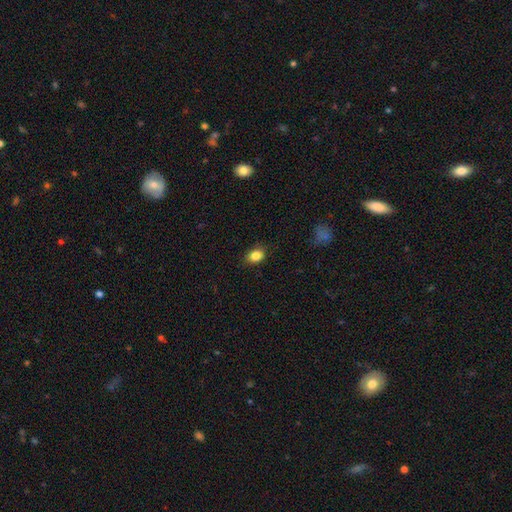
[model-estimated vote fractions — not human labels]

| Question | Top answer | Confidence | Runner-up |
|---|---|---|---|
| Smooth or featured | smooth | 85% | star or artifact (9%) |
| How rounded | in between | 68% | round (31%) |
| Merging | none | 85% | minor disturbance (12%) |